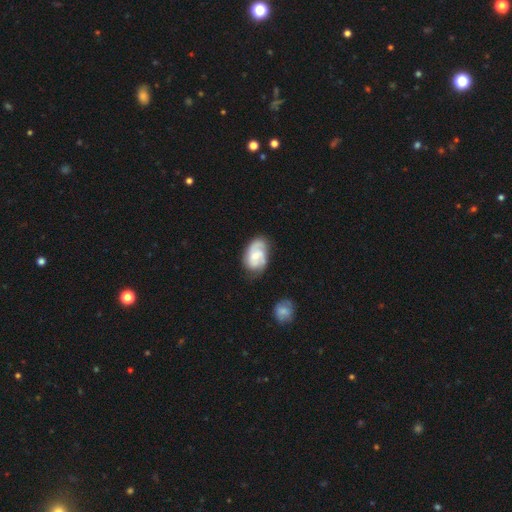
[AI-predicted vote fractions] Smooth or featured?
  - featured or disk: 60% *
  - smooth: 34%
  - star or artifact: 6%
Edge-on disk?
  - no: 96% *
  - yes: 4%
Bar?
  - no: 64% *
  - weak: 31%
  - strong: 5%
Spiral arms?
  - yes: 87% *
  - no: 13%
Spiral winding?
  - tight: 45% *
  - medium: 39%
  - loose: 16%
Spiral arm count?
  - 2: 42% *
  - can't tell: 27%
  - 3: 17%
  - 1: 9%
  - 4: 3%
  - more than 4: 2%
Bulge size?
  - small: 49% *
  - moderate: 44%
  - none: 3%
  - large: 3%
  - dominant: 1%
Merging?
  - none: 60% *
  - minor disturbance: 27%
  - major disturbance: 9%
  - merger: 4%